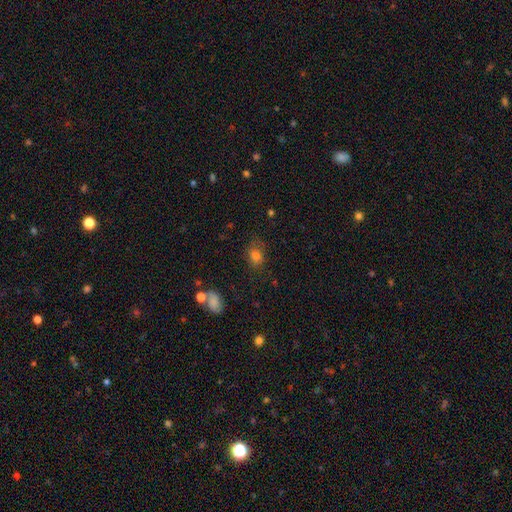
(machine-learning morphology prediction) Smooth or featured? Predicted: smooth (p=0.76). How rounded? Predicted: in between (p=0.65). Merging? Predicted: none (p=0.62).